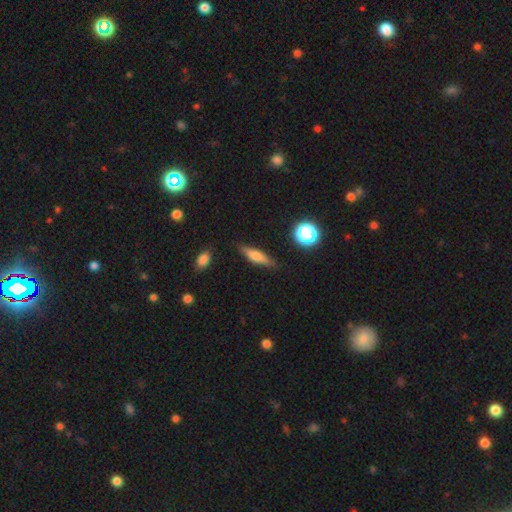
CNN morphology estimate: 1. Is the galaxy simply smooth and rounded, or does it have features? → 58% smooth, 34% featured or disk, 9% star or artifact.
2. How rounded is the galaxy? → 70% cigar-shaped, 26% in between, 4% round.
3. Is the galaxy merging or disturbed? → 84% none, 12% minor disturbance, 3% major disturbance, 2% merger.